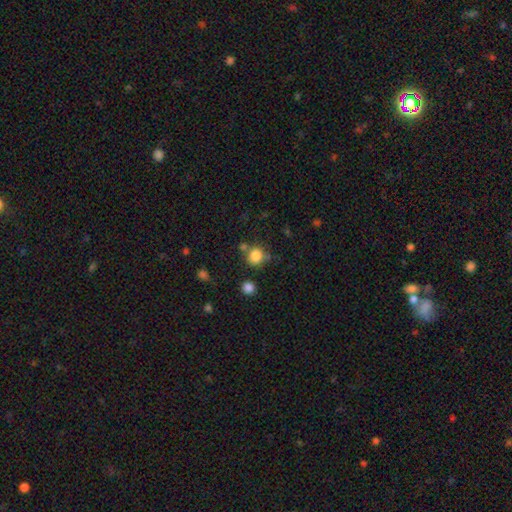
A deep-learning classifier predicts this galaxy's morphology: smooth 83%, star or artifact 11%, featured or disk 5%. Down the decision tree: how rounded — round (88%); merging — none (71%).